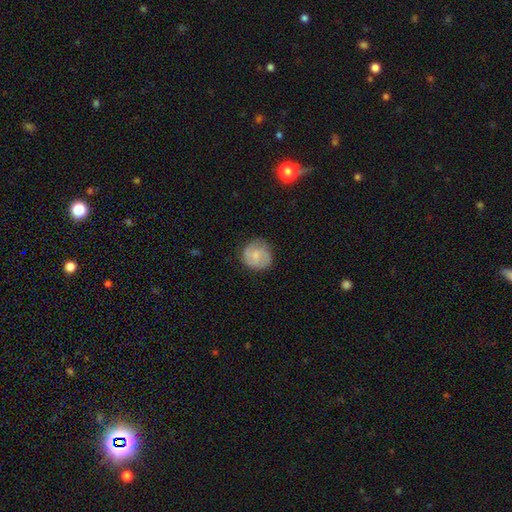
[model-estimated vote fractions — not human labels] smooth_or_featured: featured or disk (p=0.56) [alt: smooth p=0.38]
disk_edge_on: no (p=0.98) [alt: yes p=0.02]
bar: no (p=0.63) [alt: weak p=0.33]
has_spiral_arms: yes (p=0.91) [alt: no p=0.09]
spiral_winding: tight (p=0.44) [alt: medium p=0.43]
spiral_arm_count: 2 (p=0.56) [alt: 3 p=0.19]
bulge_size: small (p=0.55) [alt: moderate p=0.32]
merging: none (p=0.78) [alt: minor disturbance p=0.16]